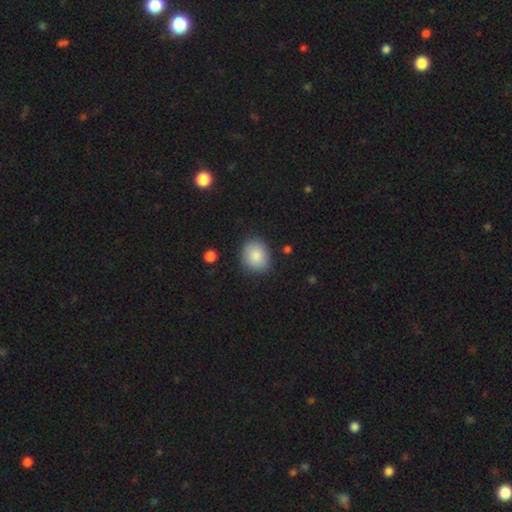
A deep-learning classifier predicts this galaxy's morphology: This appears to be a smooth galaxy with no disk features (87%) that is round (59%). Merging: none (83%).